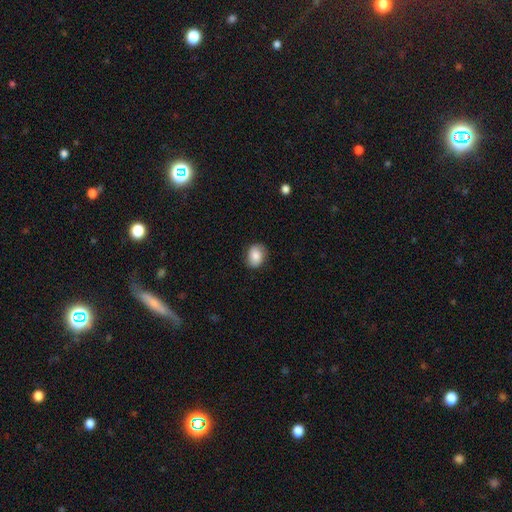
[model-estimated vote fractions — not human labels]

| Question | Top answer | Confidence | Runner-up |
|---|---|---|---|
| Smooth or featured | smooth | 82% | featured or disk (11%) |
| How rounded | in between | 62% | round (36%) |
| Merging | none | 82% | minor disturbance (14%) |